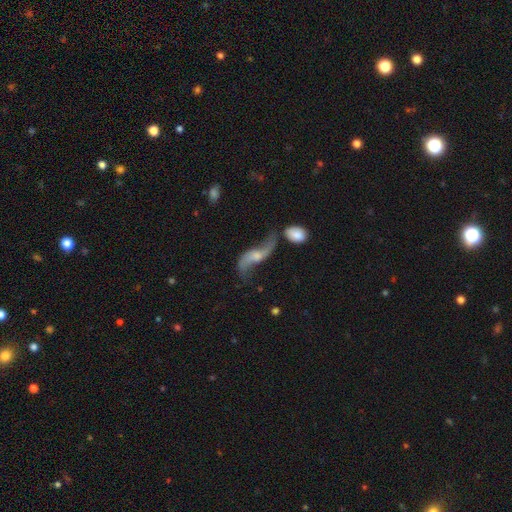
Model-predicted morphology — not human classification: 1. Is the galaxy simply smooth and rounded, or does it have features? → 81% featured or disk, 12% smooth, 7% star or artifact.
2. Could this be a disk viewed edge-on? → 90% no, 10% yes.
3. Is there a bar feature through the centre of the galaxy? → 54% no, 34% weak, 12% strong.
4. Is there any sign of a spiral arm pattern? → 92% yes, 8% no.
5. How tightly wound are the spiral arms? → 92% loose, 5% medium, 2% tight.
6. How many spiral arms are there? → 92% 2, 3% 1, 2% can't tell, 1% 3, 1% 4, 1% more than 4.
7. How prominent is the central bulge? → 41% small, 38% moderate, 14% none, 6% large, 2% dominant.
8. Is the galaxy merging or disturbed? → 49% none, 19% minor disturbance, 17% merger, 15% major disturbance.